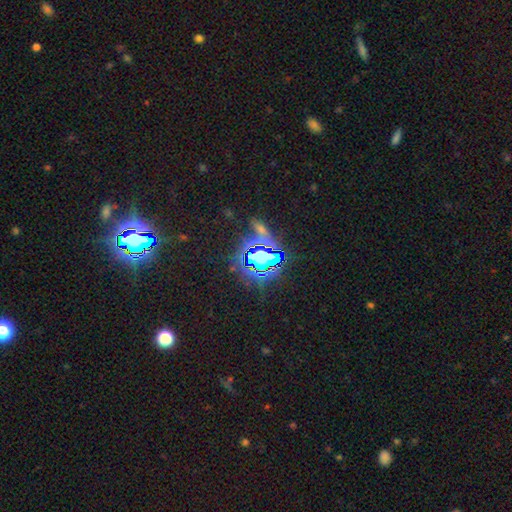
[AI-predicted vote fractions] Morphology: type=star or artifact (69%).